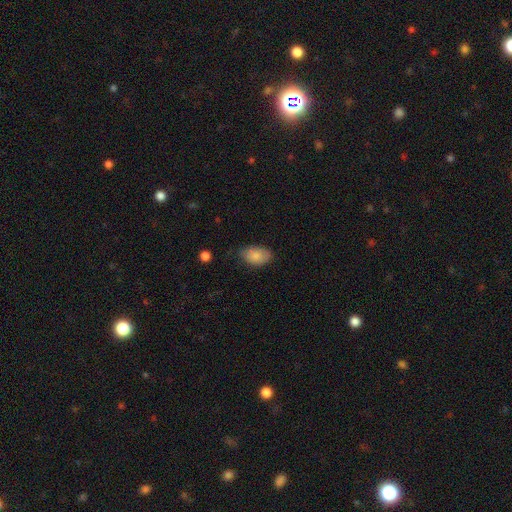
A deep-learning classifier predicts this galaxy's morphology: Smooth or featured?
  - smooth: 86% *
  - featured or disk: 7%
  - star or artifact: 7%
How rounded?
  - in between: 92% *
  - round: 7%
  - cigar-shaped: 1%
Merging?
  - none: 71% *
  - minor disturbance: 23%
  - major disturbance: 4%
  - merger: 1%